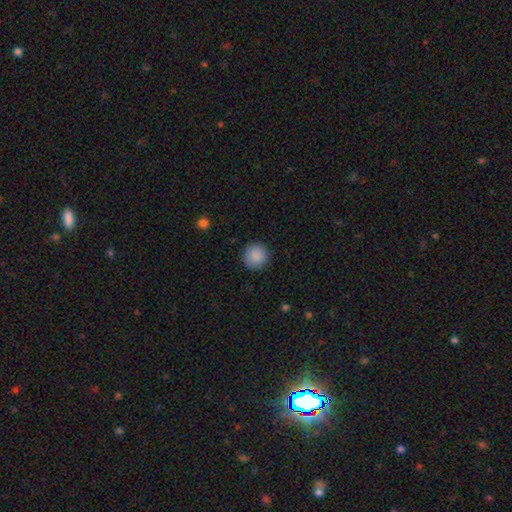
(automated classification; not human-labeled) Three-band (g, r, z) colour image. It shows a smooth galaxy with no disk features (89%) that is round (95%). Merging: none (91%).